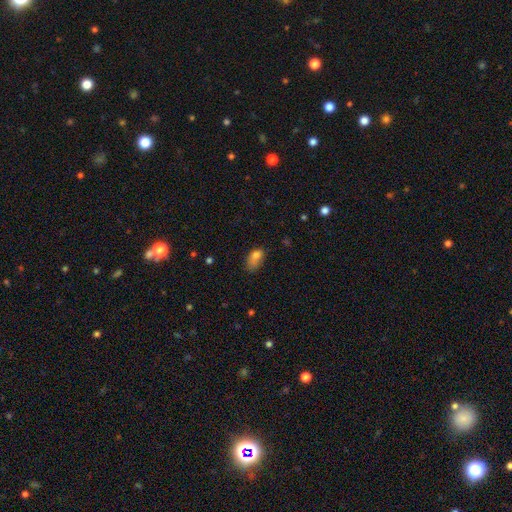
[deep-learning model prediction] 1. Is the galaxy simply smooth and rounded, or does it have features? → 77% smooth, 12% featured or disk, 11% star or artifact.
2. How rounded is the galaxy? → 86% in between, 11% round, 3% cigar-shaped.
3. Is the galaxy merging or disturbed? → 38% none, 37% minor disturbance, 21% major disturbance, 4% merger.